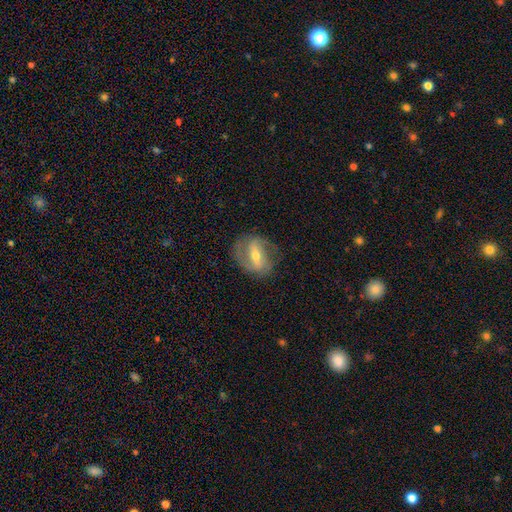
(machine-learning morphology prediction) featured or disk 73%, smooth 20%, star or artifact 7%. Down the decision tree: edge-on disk — no (92%); bar — strong (54%); spiral arms — yes (76%); spiral arm count — 2 (78%); spiral winding — medium (42%); bulge size — moderate (59%); merging — none (74%).